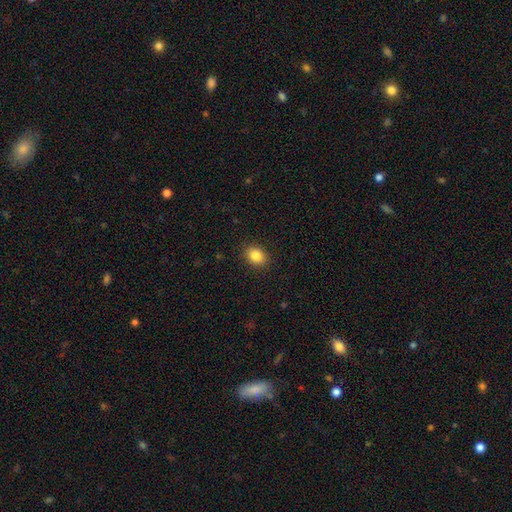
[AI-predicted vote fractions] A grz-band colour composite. It shows a smooth galaxy with no disk features (86%) that is in between round and cigar-shaped (61%). Merging: none (89%).